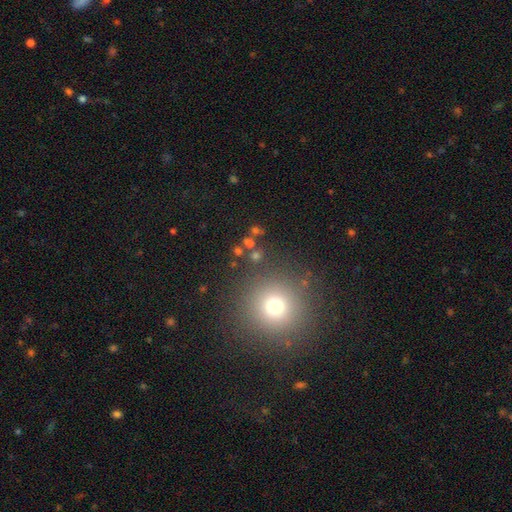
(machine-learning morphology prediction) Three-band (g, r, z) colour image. It shows a smooth galaxy with no disk features (61%) that is round (92%). Merging: none (86%).